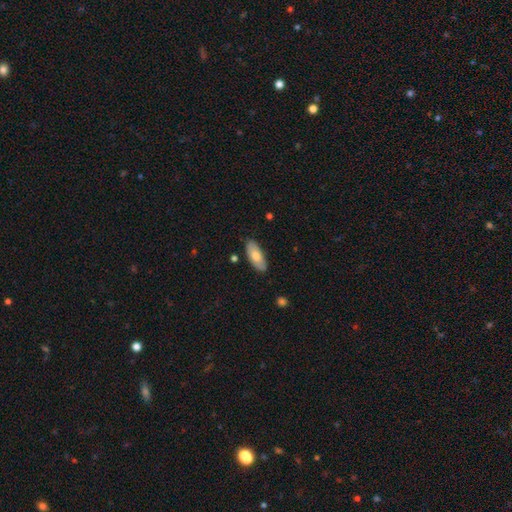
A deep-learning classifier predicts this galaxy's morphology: Smooth or featured? smooth (71%)
How rounded? in between (86%)
Merging? none (84%)